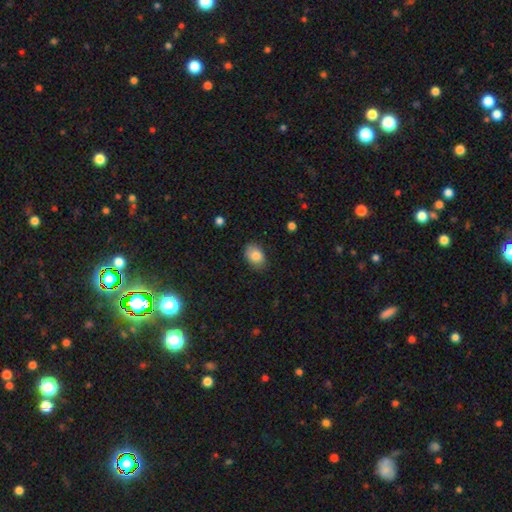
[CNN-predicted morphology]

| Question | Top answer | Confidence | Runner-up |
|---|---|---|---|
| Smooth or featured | smooth | 83% | featured or disk (9%) |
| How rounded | in between | 84% | round (15%) |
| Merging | none | 81% | minor disturbance (15%) |